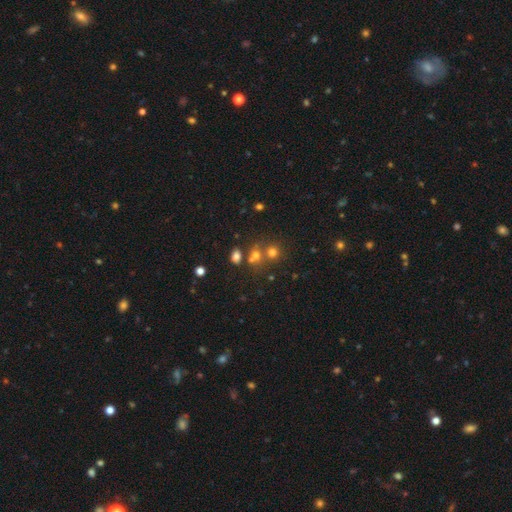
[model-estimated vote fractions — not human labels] Smooth or featured?
  - smooth: 64% *
  - star or artifact: 23%
  - featured or disk: 13%
How rounded?
  - round: 63% *
  - in between: 35%
  - cigar-shaped: 1%
Merging?
  - none: 51% *
  - merger: 35%
  - minor disturbance: 9%
  - major disturbance: 5%